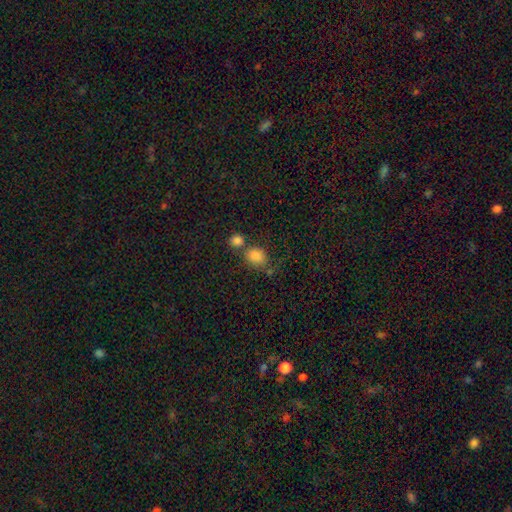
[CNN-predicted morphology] Q: Smooth or featured?
A: smooth (81%); runner-up: star or artifact (13%)
Q: How rounded?
A: round (61%); runner-up: in between (38%)
Q: Merging?
A: none (53%); runner-up: merger (29%)